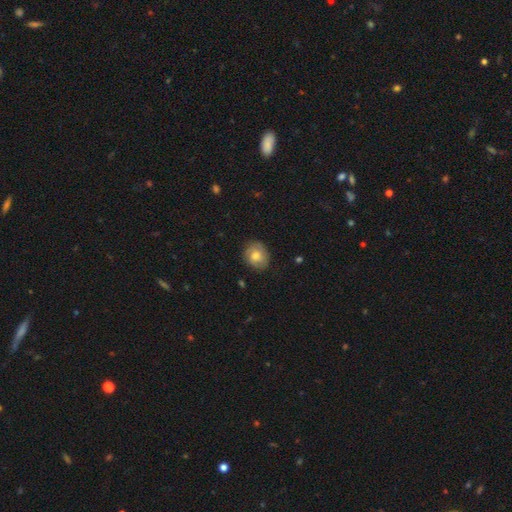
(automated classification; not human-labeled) This appears to be a smooth galaxy with no disk features (71%) that is round (66%). Merging: none (82%).